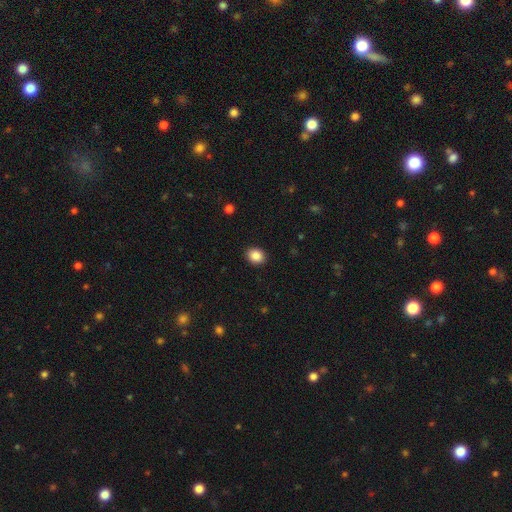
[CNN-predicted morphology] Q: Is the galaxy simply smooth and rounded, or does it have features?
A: smooth — 87%.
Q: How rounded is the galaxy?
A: round — 57%.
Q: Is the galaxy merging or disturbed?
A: none — 91%.